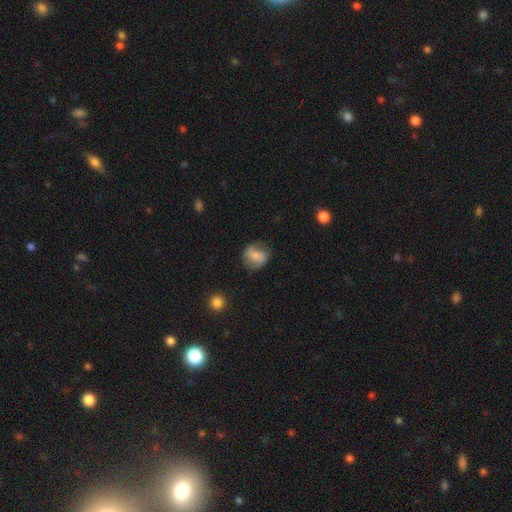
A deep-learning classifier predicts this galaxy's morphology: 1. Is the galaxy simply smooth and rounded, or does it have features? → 57% smooth, 34% featured or disk, 9% star or artifact.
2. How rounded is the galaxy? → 60% round, 38% in between, 2% cigar-shaped.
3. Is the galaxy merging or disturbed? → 59% none, 25% minor disturbance, 13% major disturbance, 2% merger.